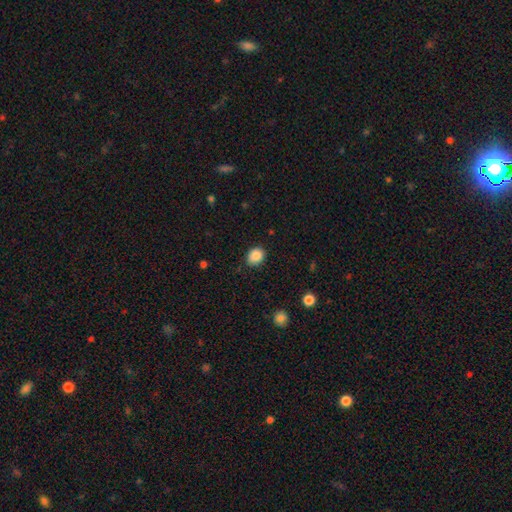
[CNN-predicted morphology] Smooth or featured? Predicted: smooth (p=0.87). How rounded? Predicted: round (p=0.63). Merging? Predicted: none (p=0.84).